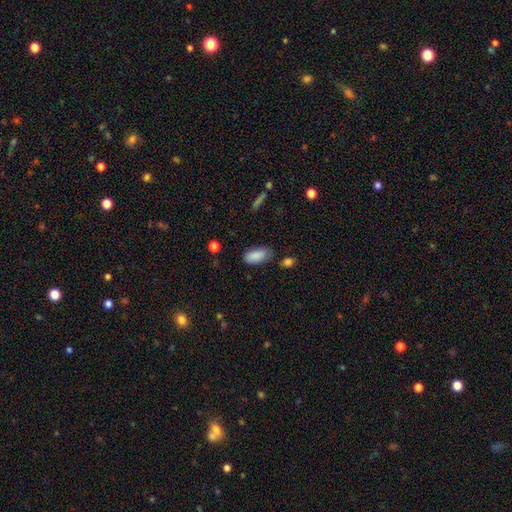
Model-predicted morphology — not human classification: smooth 88%, star or artifact 7%, featured or disk 5%. Down the decision tree: how rounded — in between (91%); merging — none (73%).